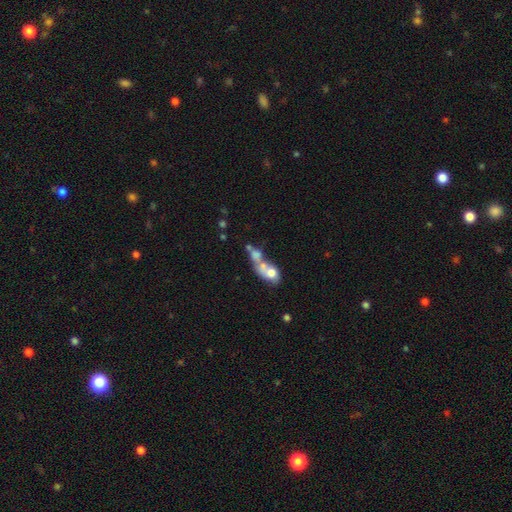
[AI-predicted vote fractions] Smooth or featured? Predicted: smooth (p=0.50). How rounded? Predicted: in between (p=0.51). Merging? Predicted: merger (p=0.65).